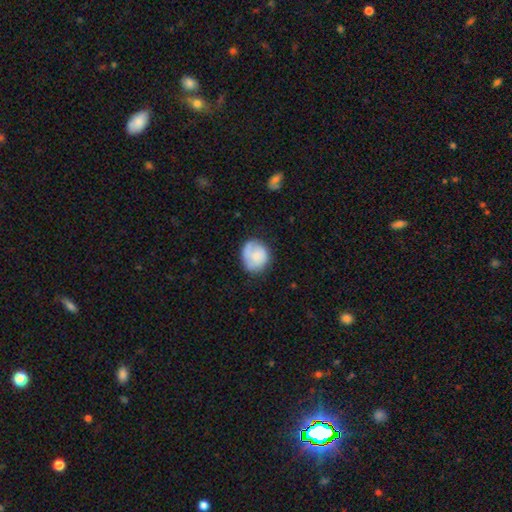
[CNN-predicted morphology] smooth-or-featured: smooth: 65% | featured or disk: 28% | star or artifact: 7%
  how-rounded: round: 70% | in between: 29% | cigar-shaped: 1%
  merging: none: 59% | minor disturbance: 26% | major disturbance: 12% | merger: 3%